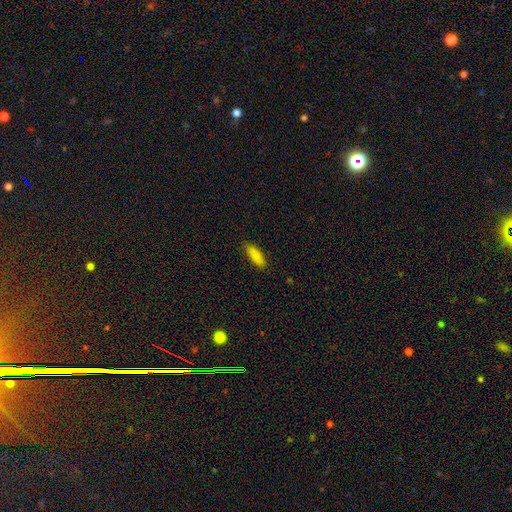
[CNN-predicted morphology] smooth-or-featured: smooth: 80% | featured or disk: 14% | star or artifact: 7%
  how-rounded: in between: 64% | cigar-shaped: 34% | round: 2%
  merging: none: 85% | minor disturbance: 12% | major disturbance: 2% | merger: 1%